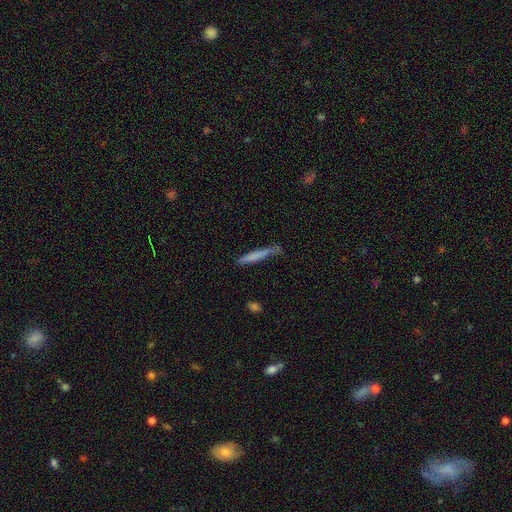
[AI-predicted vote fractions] A smooth galaxy with no disk features (70%) that is cigar-shaped (95%).

Vote fractions:
- Smooth or featured? smooth: 70% / featured or disk: 24% / star or artifact: 6%
- How rounded? cigar-shaped: 95% / in between: 4% / round: 1%
- Merging? none: 66% / minor disturbance: 24% / major disturbance: 7% / merger: 3%